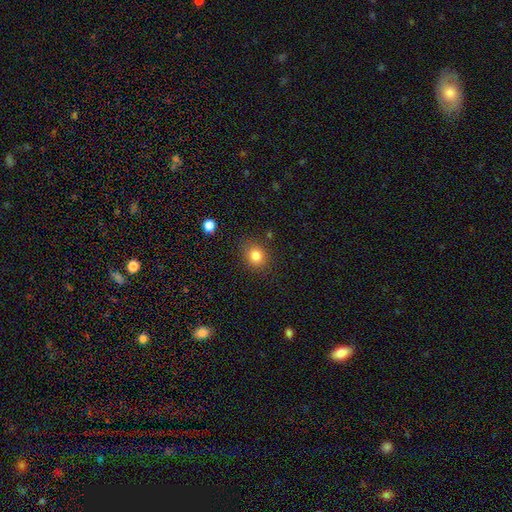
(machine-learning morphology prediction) The model was most divided on "how rounded": round: 71%, in between: 28%, cigar-shaped: 1%. More confident: merging — none (84%); smooth or featured — smooth (83%).